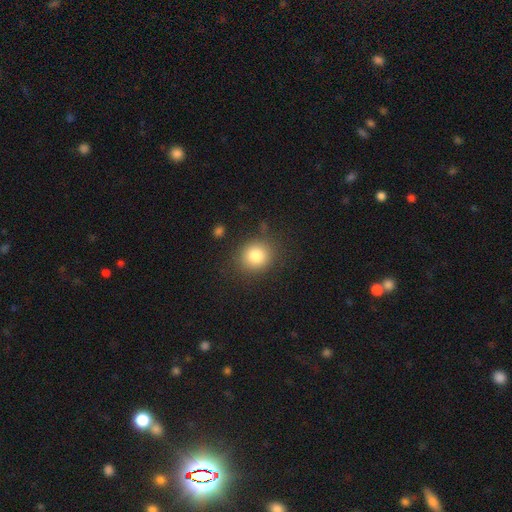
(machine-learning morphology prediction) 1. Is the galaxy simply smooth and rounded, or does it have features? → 81% smooth, 11% star or artifact, 8% featured or disk.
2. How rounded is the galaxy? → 82% round, 17% in between, 1% cigar-shaped.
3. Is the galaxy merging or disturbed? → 86% none, 9% minor disturbance, 3% major disturbance, 2% merger.